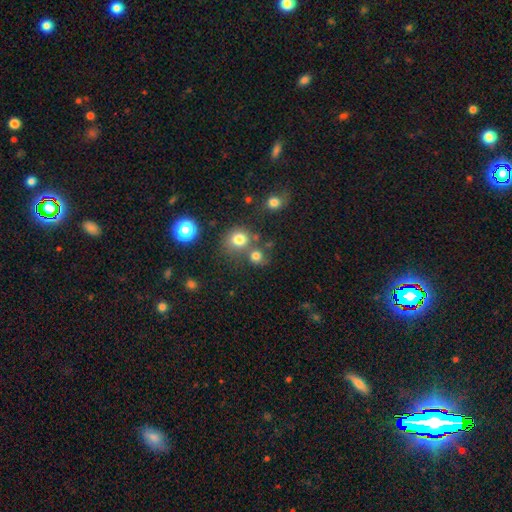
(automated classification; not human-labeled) smooth-or-featured: smooth: 75% | star or artifact: 16% | featured or disk: 8%
  how-rounded: round: 83% | in between: 16% | cigar-shaped: 1%
  merging: none: 58% | merger: 26% | minor disturbance: 10% | major disturbance: 6%